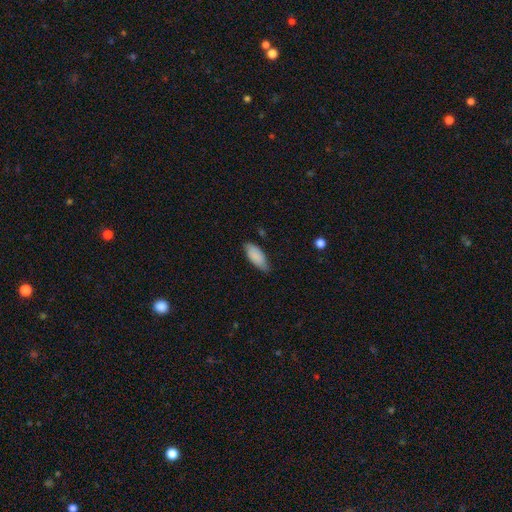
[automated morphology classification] smooth_or_featured: smooth (p=0.87) [alt: featured or disk p=0.07]
how_rounded: in between (p=0.85) [alt: cigar-shaped p=0.13]
merging: none (p=0.72) [alt: minor disturbance p=0.24]